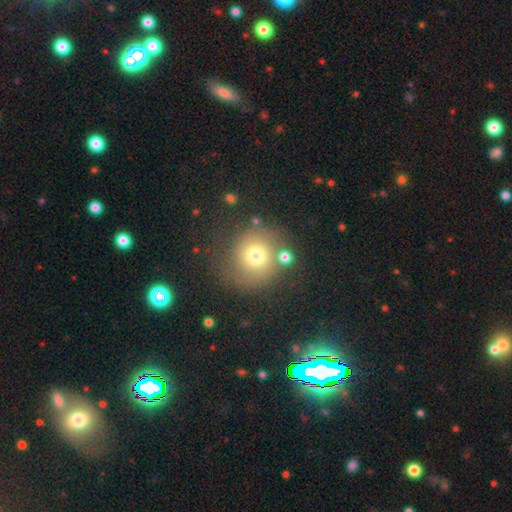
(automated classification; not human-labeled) Smooth or featured?
  - smooth: 59% *
  - featured or disk: 22%
  - star or artifact: 19%
How rounded?
  - round: 90% *
  - in between: 9%
  - cigar-shaped: 1%
Merging?
  - none: 72% *
  - minor disturbance: 13%
  - major disturbance: 8%
  - merger: 7%